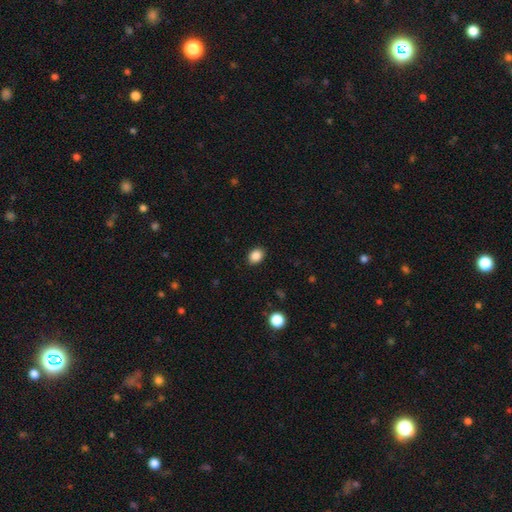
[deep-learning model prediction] Smooth or featured? smooth (88%)
How rounded? in between (59%)
Merging? none (90%)